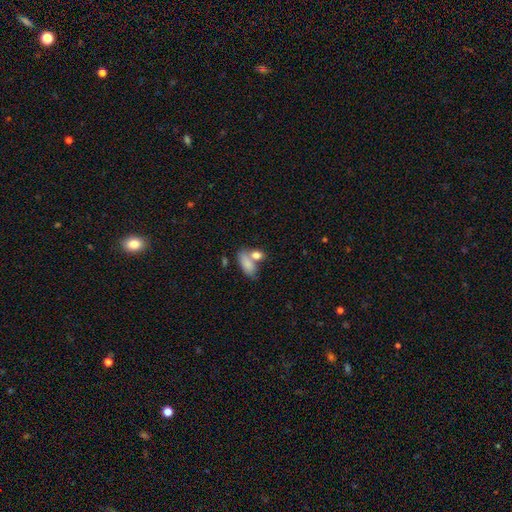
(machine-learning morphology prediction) type=smooth (81%); roundness=in between (81%); merging=merger (44%).